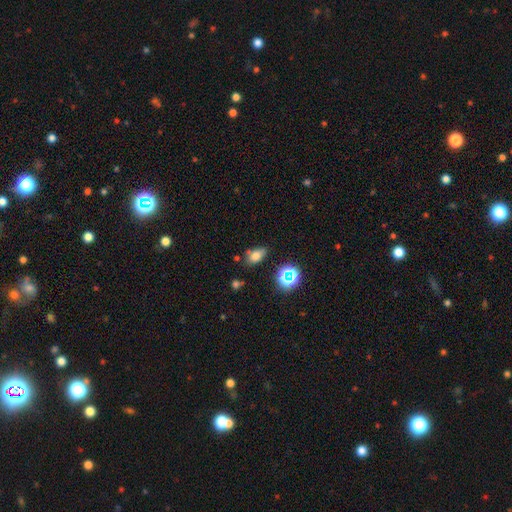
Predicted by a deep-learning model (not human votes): Smooth or featured? Predicted: smooth (p=0.71). How rounded? Predicted: in between (p=0.83). Merging? Predicted: none (p=0.67).